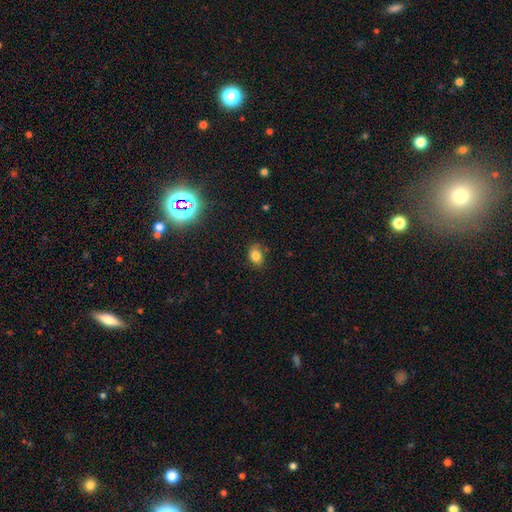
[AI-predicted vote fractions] smooth-or-featured: smooth: 81% | star or artifact: 11% | featured or disk: 8%
  how-rounded: in between: 71% | round: 28% | cigar-shaped: 1%
  merging: none: 72% | minor disturbance: 21% | major disturbance: 5% | merger: 2%